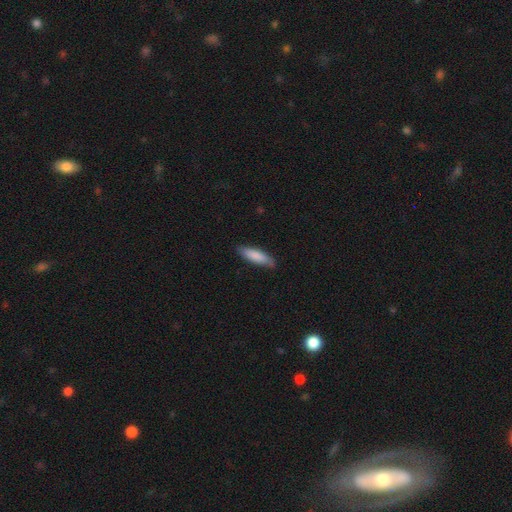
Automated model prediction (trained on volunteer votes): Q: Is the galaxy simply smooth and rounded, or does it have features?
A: smooth — 83%.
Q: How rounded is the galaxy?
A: cigar-shaped — 65%.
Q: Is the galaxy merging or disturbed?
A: none — 83%.